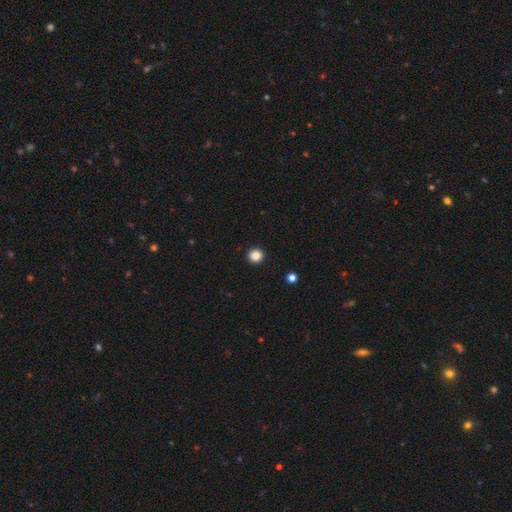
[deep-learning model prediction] Overall: smooth (87%). How rounded: round (95%). Merging: none (94%).